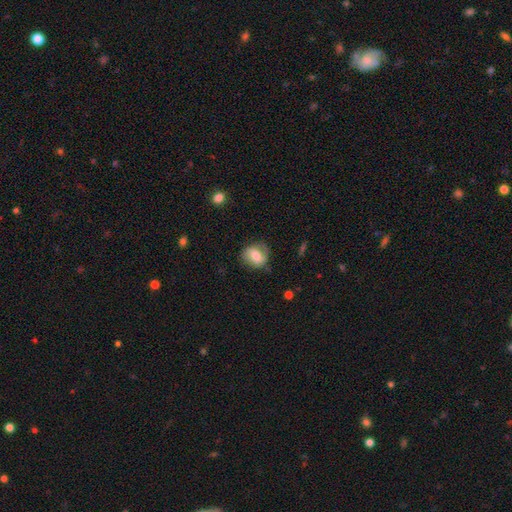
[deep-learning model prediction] Smooth or featured: smooth — 52% (featured or disk — 40%)
How rounded: round — 67% (in between — 31%)
Merging: none — 70% (minor disturbance — 21%)